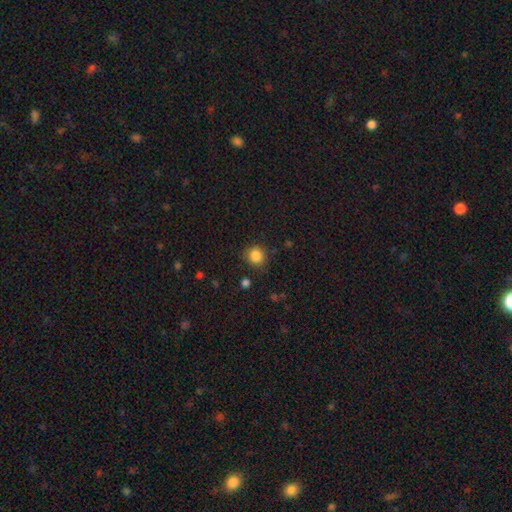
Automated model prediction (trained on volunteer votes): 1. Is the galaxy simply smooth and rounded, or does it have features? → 85% smooth, 11% star or artifact, 4% featured or disk.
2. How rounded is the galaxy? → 90% round, 9% in between, 1% cigar-shaped.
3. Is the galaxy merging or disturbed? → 86% none, 9% minor disturbance, 3% major disturbance, 2% merger.